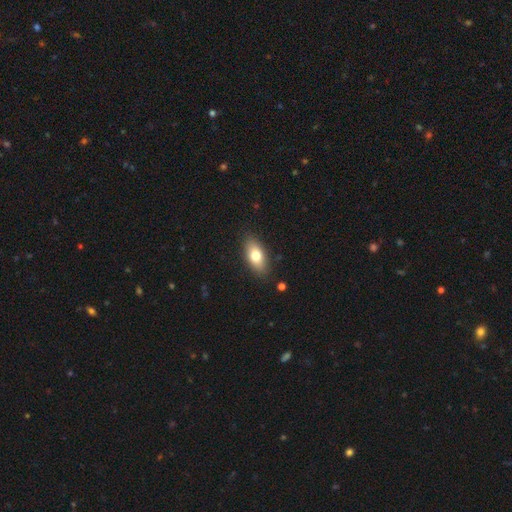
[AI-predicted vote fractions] smooth_or_featured: smooth (p=0.75) [alt: featured or disk p=0.18]
how_rounded: in between (p=0.85) [alt: cigar-shaped p=0.10]
merging: none (p=0.86) [alt: minor disturbance p=0.10]